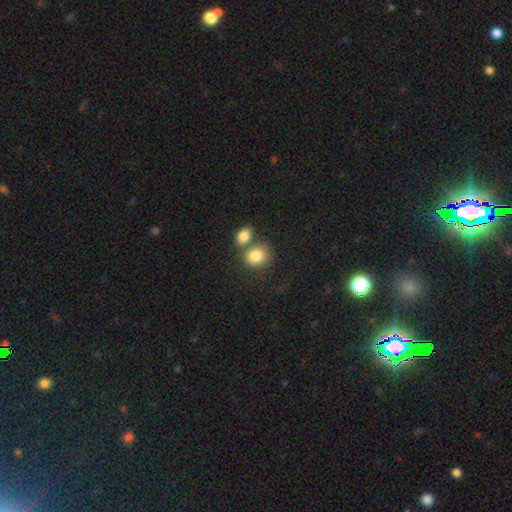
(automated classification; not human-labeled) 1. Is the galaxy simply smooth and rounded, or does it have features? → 83% smooth, 8% featured or disk, 8% star or artifact.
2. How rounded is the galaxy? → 54% round, 45% in between, 1% cigar-shaped.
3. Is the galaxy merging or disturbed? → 44% none, 41% merger, 11% minor disturbance, 4% major disturbance.